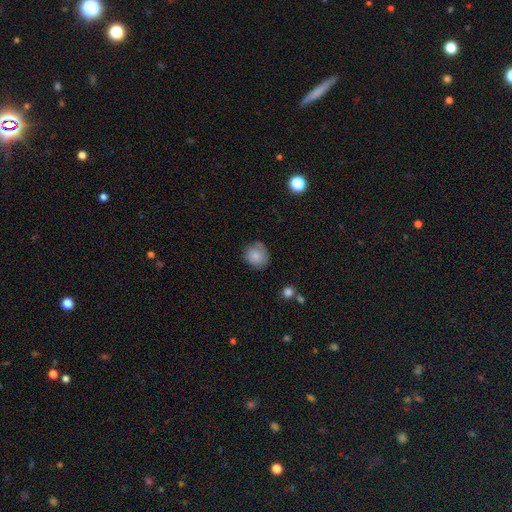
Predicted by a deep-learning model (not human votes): Smooth or featured?
  - smooth: 85% *
  - star or artifact: 8%
  - featured or disk: 7%
How rounded?
  - round: 84% *
  - in between: 15%
  - cigar-shaped: 1%
Merging?
  - none: 74% *
  - minor disturbance: 19%
  - major disturbance: 4%
  - merger: 2%